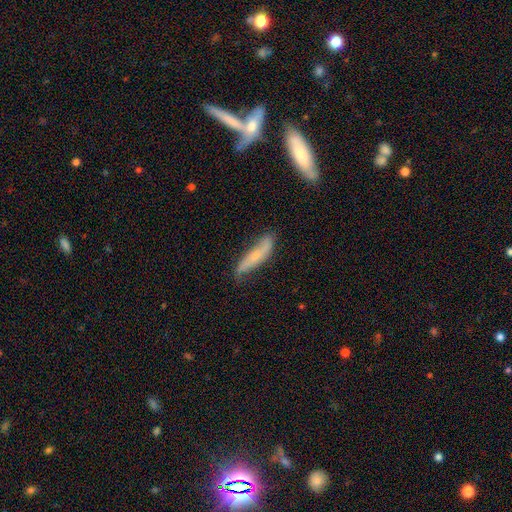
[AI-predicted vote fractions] This is possibly a featured or disk galaxy (54%). It is likely not viewed edge-on (61%). Merging: likely none (62%).